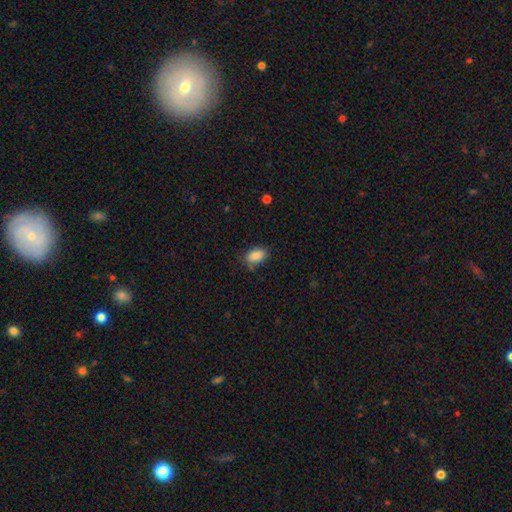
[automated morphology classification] smooth 88%, star or artifact 8%, featured or disk 4%. Down the decision tree: how rounded — in between (88%); merging — none (75%).